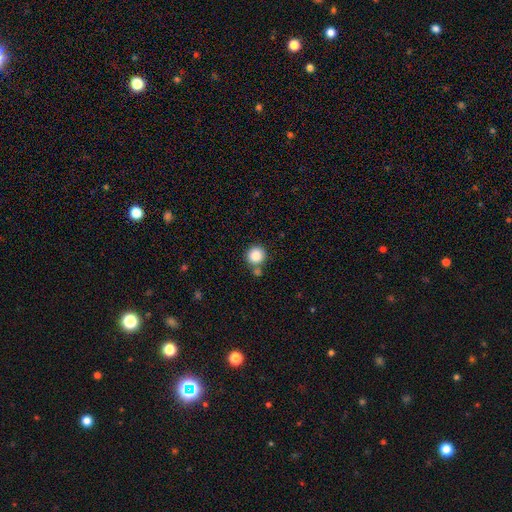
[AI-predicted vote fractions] A smooth galaxy with no disk features (86%) that is round (94%).

Vote fractions:
- Smooth or featured? smooth: 86% / star or artifact: 9% / featured or disk: 5%
- How rounded? round: 94% / in between: 5% / cigar-shaped: 1%
- Merging? none: 71% / merger: 16% / minor disturbance: 9% / major disturbance: 3%